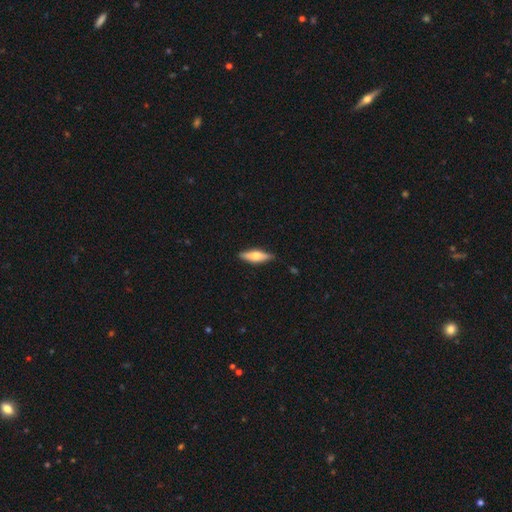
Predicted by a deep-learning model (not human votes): This appears to be a smooth galaxy with no disk features (55%) that is cigar-shaped (57%). Merging: none (87%).